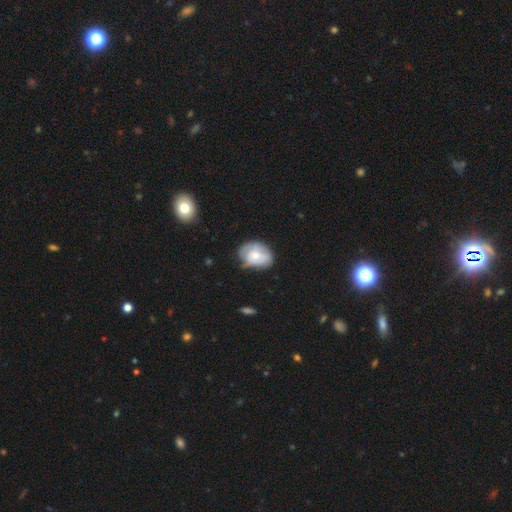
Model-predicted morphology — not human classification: smooth 53%, featured or disk 40%, star or artifact 7%. Down the decision tree: how rounded — in between (65%); merging — none (55%).